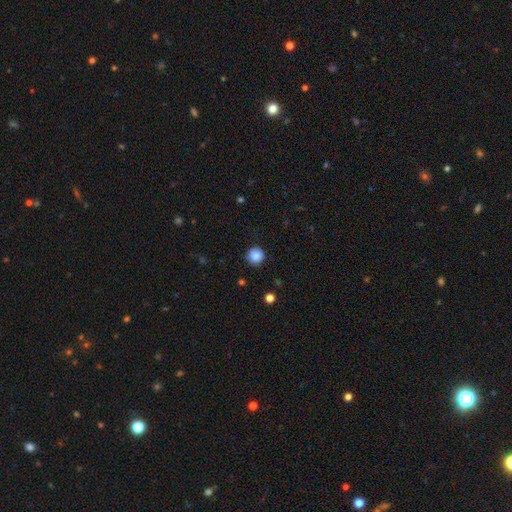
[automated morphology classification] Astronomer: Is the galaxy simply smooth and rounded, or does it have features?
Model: smooth — 86%.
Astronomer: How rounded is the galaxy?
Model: round — 94%.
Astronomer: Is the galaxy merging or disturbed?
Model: none — 87%.